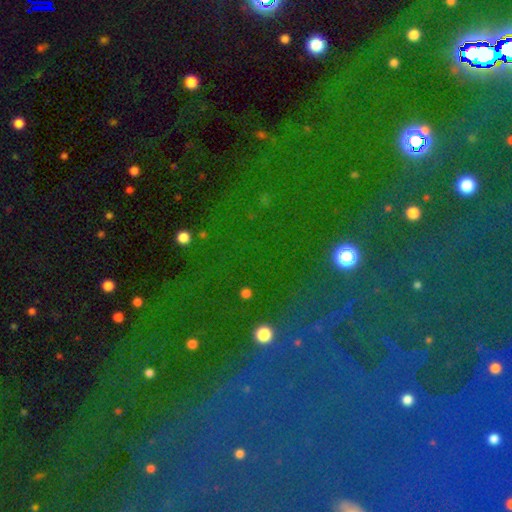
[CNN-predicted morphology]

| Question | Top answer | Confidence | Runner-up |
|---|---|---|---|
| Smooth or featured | star or artifact | 75% | smooth (14%) |